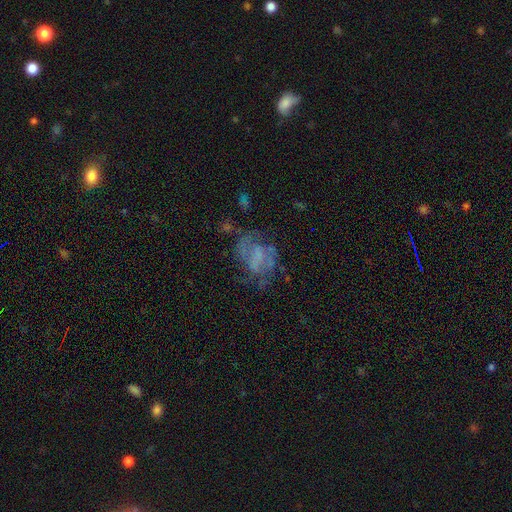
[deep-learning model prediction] This is possibly a featured or disk galaxy (58%). It is clearly not viewed edge-on (97%). Bar: possibly no (55%). Spiral arm pattern: possibly yes (52%). Central bulge: likely none (64%). Merging: possibly none (45%).